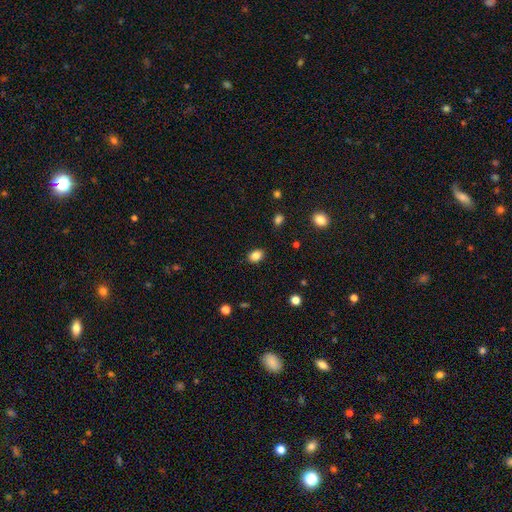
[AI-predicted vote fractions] Overall: smooth (85%). How rounded: in between (73%). Merging: none (87%).